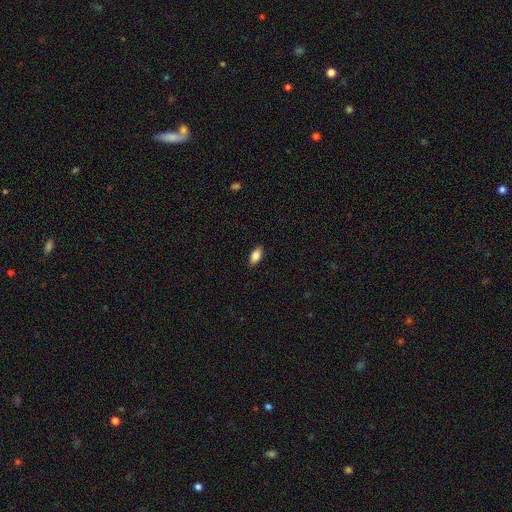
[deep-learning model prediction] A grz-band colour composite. It shows a smooth galaxy with no disk features (82%) that is in between round and cigar-shaped (88%). Merging: none (87%).